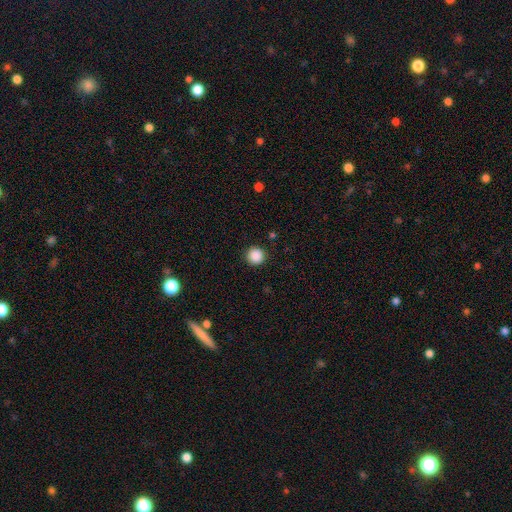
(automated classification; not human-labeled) A smooth galaxy with no disk features (87%) that is round (96%).

Vote fractions:
- Smooth or featured? smooth: 87% / star or artifact: 10% / featured or disk: 2%
- How rounded? round: 96% / in between: 3% / cigar-shaped: 1%
- Merging? none: 92% / minor disturbance: 5% / major disturbance: 2% / merger: 1%